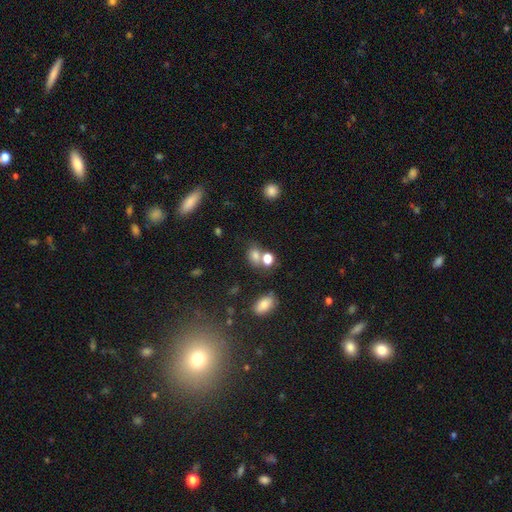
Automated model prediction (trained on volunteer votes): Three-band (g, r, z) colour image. It shows a smooth galaxy with no disk features (74%) that is in between round and cigar-shaped (58%). Merging: none (44%).